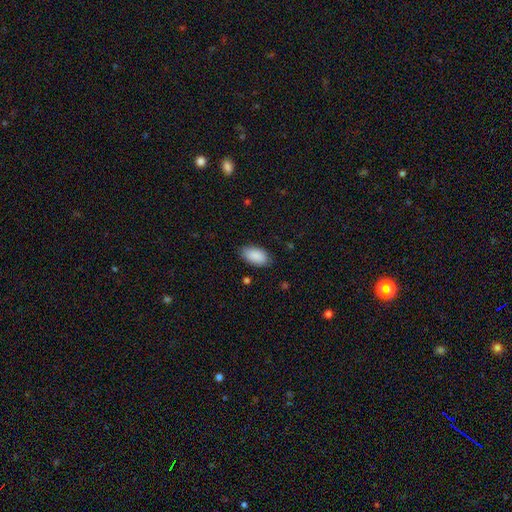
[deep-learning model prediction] Morphology: type=smooth (90%); roundness=in between (95%); merging=none (85%).